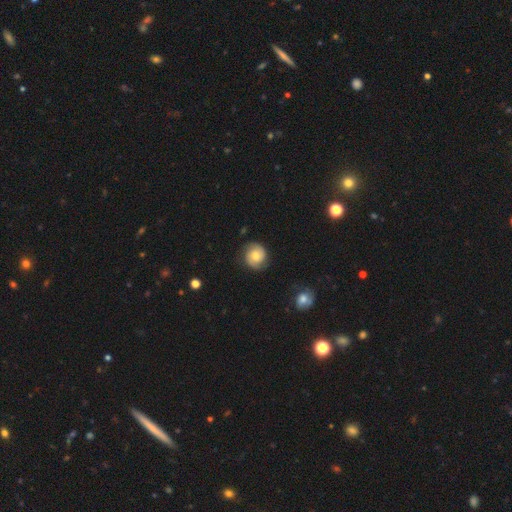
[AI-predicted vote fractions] Smooth or featured: featured or disk — 53% (smooth — 40%)
Edge-on disk: no — 98% (yes — 2%)
Bar: no — 71% (weak — 25%)
Spiral arms: yes — 89% (no — 11%)
Bulge size: moderate — 62% (small — 28%)
Merging: none — 81% (minor disturbance — 14%)